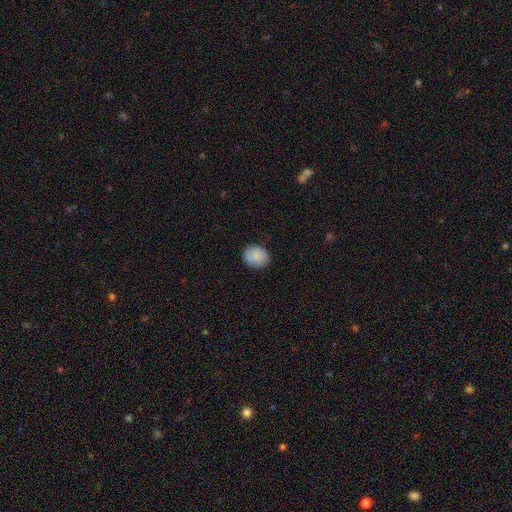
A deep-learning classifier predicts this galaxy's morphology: This is clearly a smooth galaxy (83%). How rounded: likely round (63%). Merging: clearly none (82%).